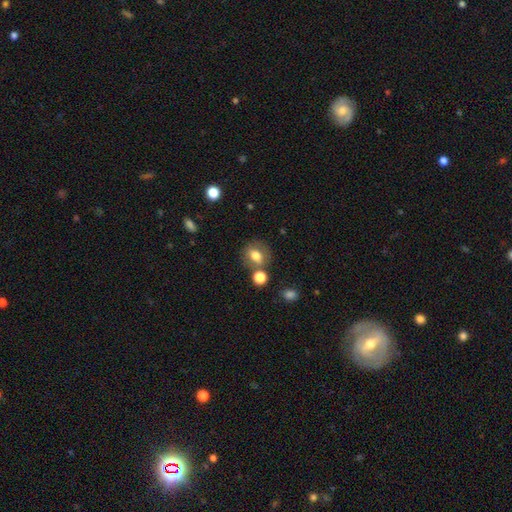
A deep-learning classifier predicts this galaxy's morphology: smooth-or-featured: smooth: 71% | featured or disk: 18% | star or artifact: 11%
  how-rounded: round: 51% | in between: 48% | cigar-shaped: 1%
  merging: none: 64% | merger: 17% | minor disturbance: 14% | major disturbance: 5%